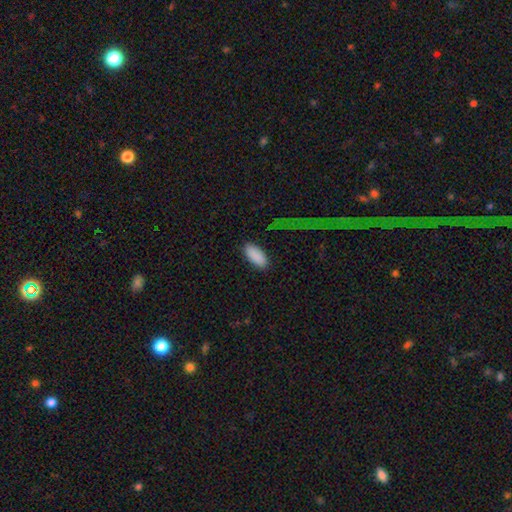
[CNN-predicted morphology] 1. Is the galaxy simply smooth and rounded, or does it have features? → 90% smooth, 6% star or artifact, 3% featured or disk.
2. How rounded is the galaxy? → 89% in between, 9% cigar-shaped, 2% round.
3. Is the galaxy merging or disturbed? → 85% none, 10% minor disturbance, 3% major disturbance, 2% merger.